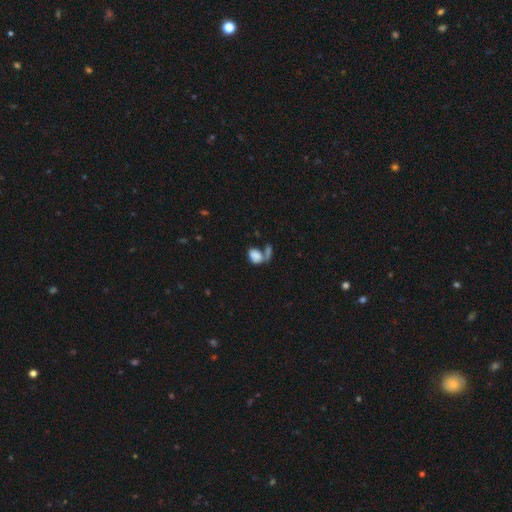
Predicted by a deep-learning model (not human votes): The model was most divided on "merging": merger: 51%, none: 27%, major disturbance: 11%, minor disturbance: 10%. More confident: how rounded — in between (79%); smooth or featured — smooth (77%).